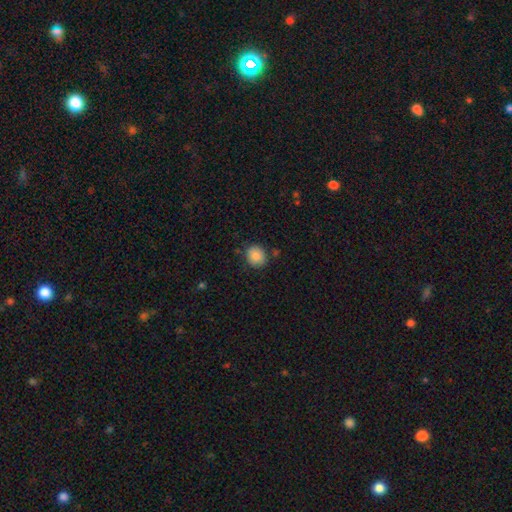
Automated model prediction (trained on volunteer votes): Q: Smooth or featured?
A: smooth (87%); runner-up: star or artifact (8%)
Q: How rounded?
A: round (75%); runner-up: in between (25%)
Q: Merging?
A: none (82%); runner-up: minor disturbance (12%)